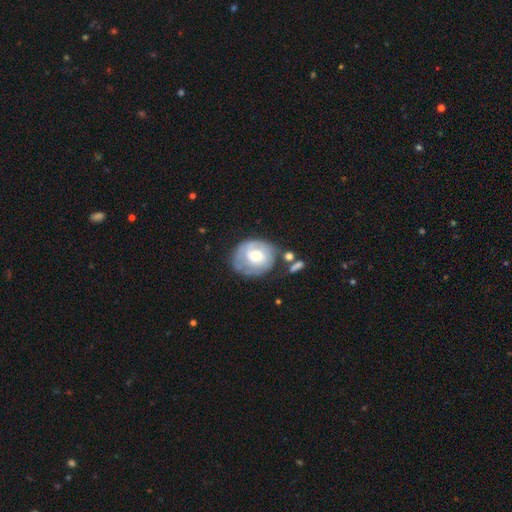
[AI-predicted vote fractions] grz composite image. It shows a featured or disk galaxy (64%) with no bar (66%), spiral arms (76%) and a moderate central bulge (65%). Merging: none (60%).